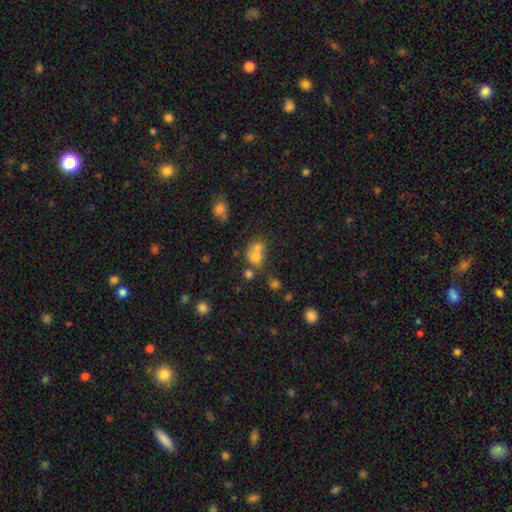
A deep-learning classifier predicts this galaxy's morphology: This appears to be a smooth galaxy with no disk features (69%) that is round (63%). Merging: merger (58%).